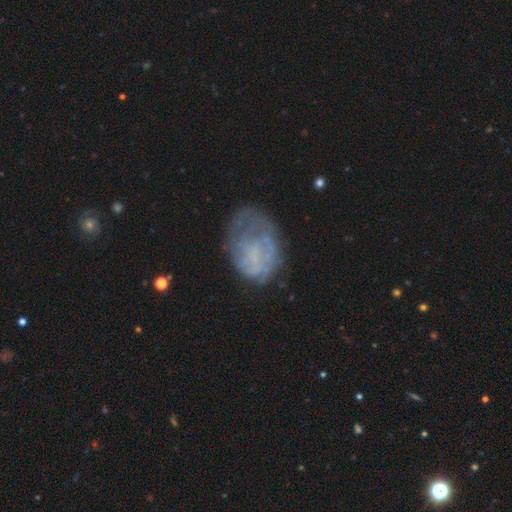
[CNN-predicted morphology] Smooth or featured? Predicted: featured or disk (p=0.51). Edge-on disk? Predicted: no (p=0.97). Merging? Predicted: none (p=0.48).